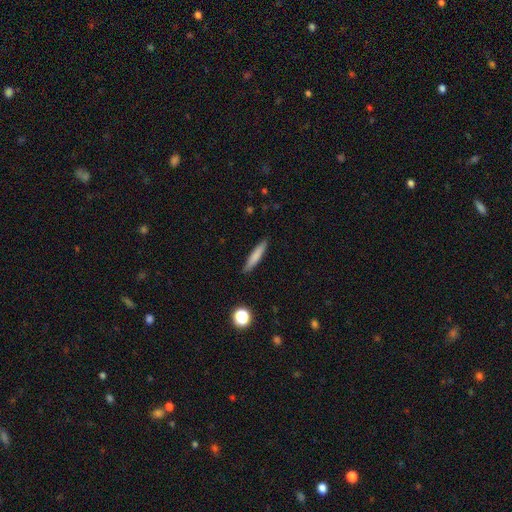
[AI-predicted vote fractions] Smooth or featured?
  - smooth: 77% *
  - featured or disk: 16%
  - star or artifact: 7%
How rounded?
  - cigar-shaped: 91% *
  - in between: 8%
  - round: 1%
Merging?
  - none: 90% *
  - minor disturbance: 8%
  - major disturbance: 2%
  - merger: 1%